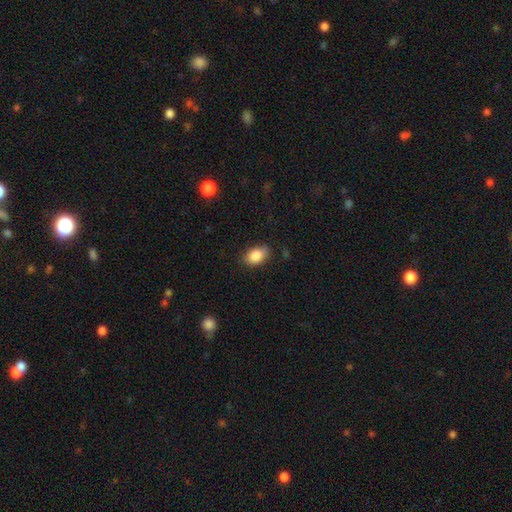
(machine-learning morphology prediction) Smooth or featured? smooth (87%)
How rounded? in between (87%)
Merging? none (76%)